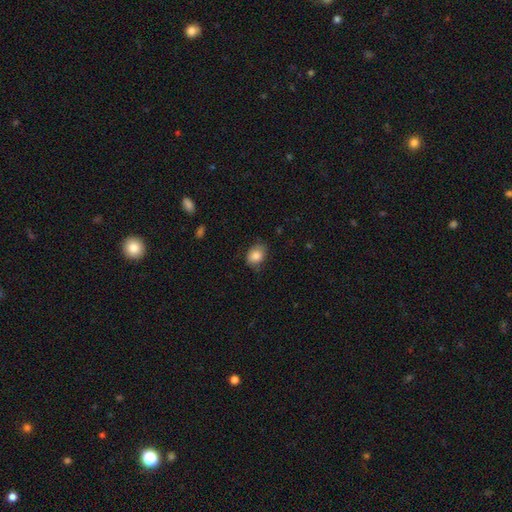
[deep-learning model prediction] Overall: smooth (84%). How rounded: in between (66%; round 33%). Merging: none (69%).